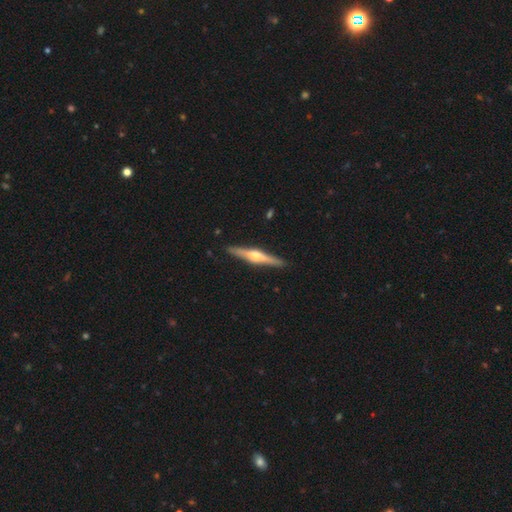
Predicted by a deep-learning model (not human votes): Smooth or featured: featured or disk — 75% (smooth — 20%)
Edge-on disk: yes — 98% (no — 2%)
Edge-on bulge: rounded — 92% (boxy — 4%)
Merging: none — 91% (minor disturbance — 7%)